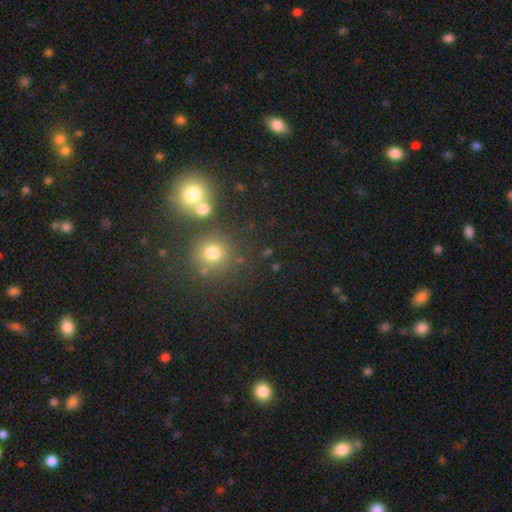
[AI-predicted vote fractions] smooth_or_featured: smooth (p=0.51) [alt: star or artifact p=0.41]
how_rounded: round (p=0.89) [alt: in between p=0.10]
merging: none (p=0.73) [alt: merger p=0.16]